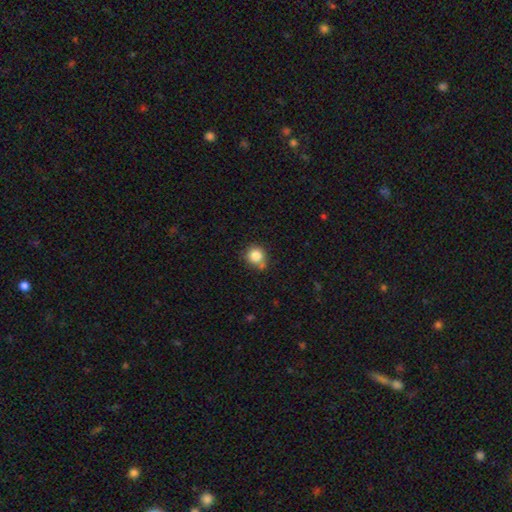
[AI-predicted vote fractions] smooth 84%, star or artifact 10%, featured or disk 6%. Down the decision tree: how rounded — round (91%); merging — none (69%).